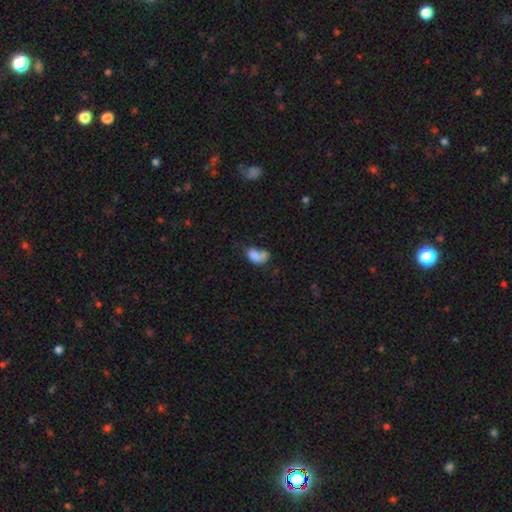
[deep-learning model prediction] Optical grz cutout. It shows a smooth galaxy with no disk features (75%) that is in between round and cigar-shaped (83%). Merging: merger (31%).